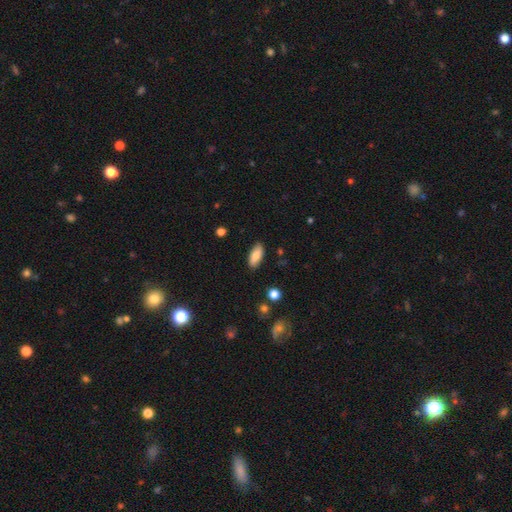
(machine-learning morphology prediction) This appears to be a smooth galaxy with no disk features (83%) that is in between round and cigar-shaped (84%). Merging: none (86%).